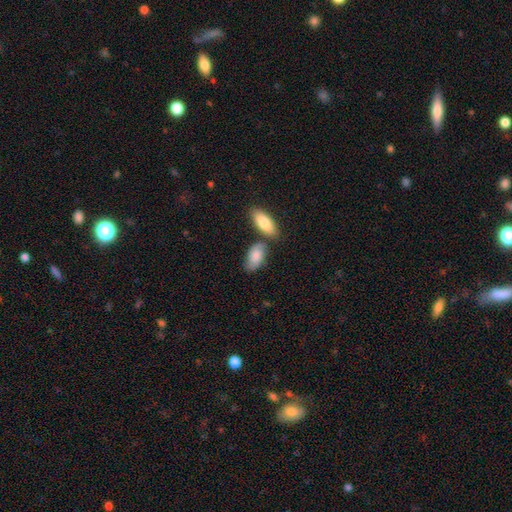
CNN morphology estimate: Smooth or featured? smooth (79%)
How rounded? in between (91%)
Merging? none (57%)